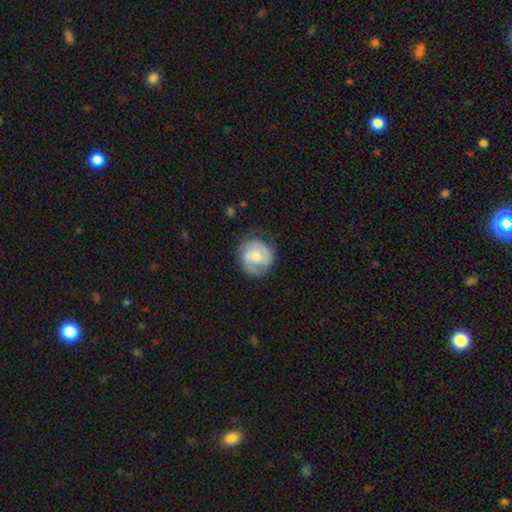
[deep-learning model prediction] The model was most divided on "bulge size": moderate: 51%, small: 42%, large: 4%, none: 3%, dominant: 1%. More confident: edge-on disk — no (98%); spiral arms — yes (84%); merging — none (72%); bar — no (65%); smooth or featured — featured or disk (56%).